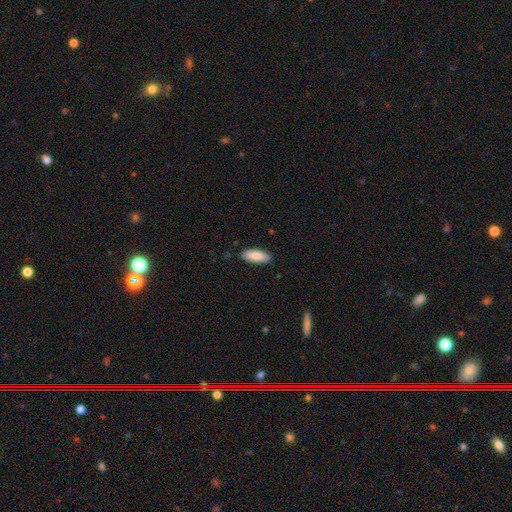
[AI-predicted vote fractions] Smooth or featured? Predicted: smooth (p=0.87). How rounded? Predicted: in between (p=0.72). Merging? Predicted: none (p=0.88).